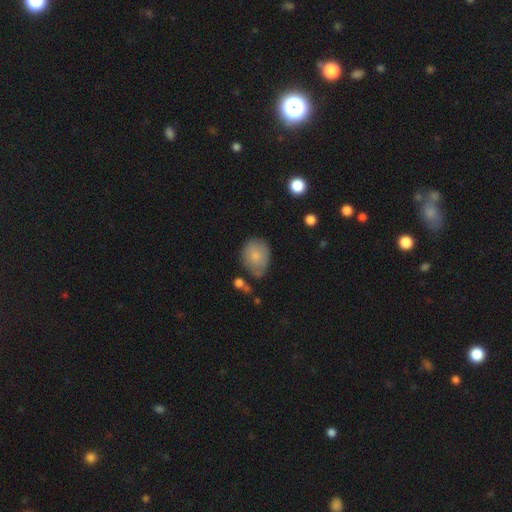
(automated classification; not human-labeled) Smooth or featured: smooth — 80% (featured or disk — 13%)
How rounded: in between — 61% (round — 38%)
Merging: none — 58% (minor disturbance — 29%)